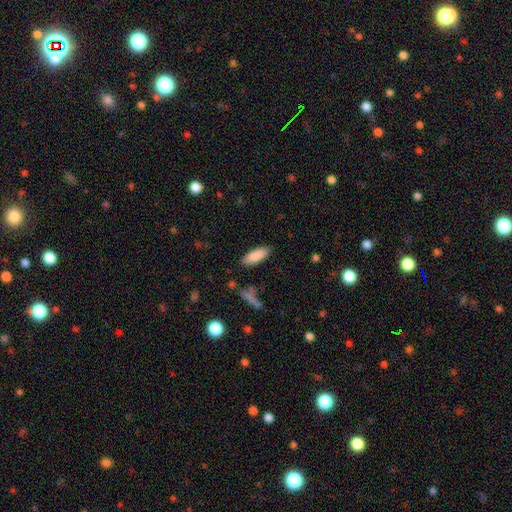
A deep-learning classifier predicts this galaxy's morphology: The model was most divided on "how rounded": in between: 70%, cigar-shaped: 29%, round: 2%. More confident: smooth or featured — smooth (87%); merging — none (85%).